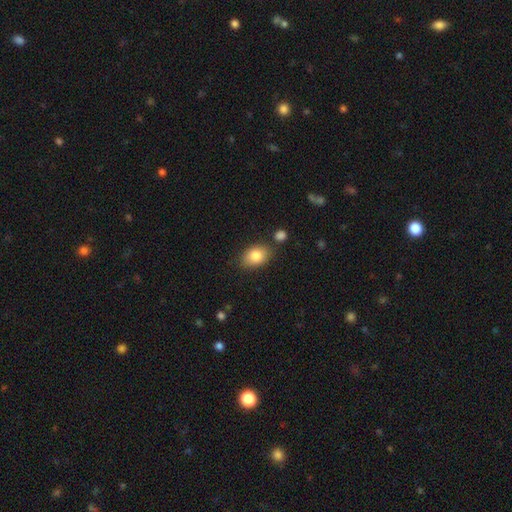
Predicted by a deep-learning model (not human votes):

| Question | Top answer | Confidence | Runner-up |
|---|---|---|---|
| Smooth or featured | smooth | 84% | featured or disk (9%) |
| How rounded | in between | 82% | round (17%) |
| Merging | none | 77% | minor disturbance (14%) |